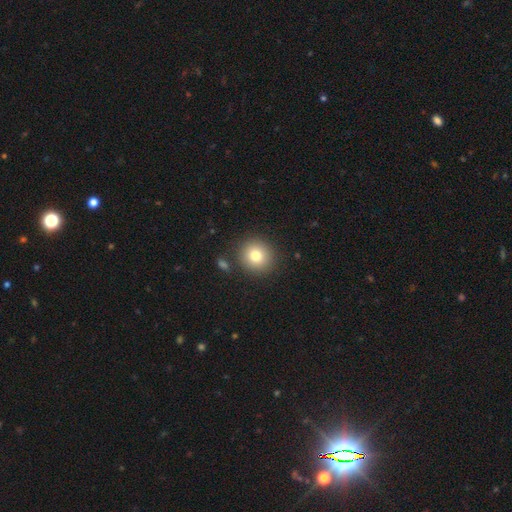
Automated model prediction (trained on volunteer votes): Smooth or featured? smooth (80%)
How rounded? round (90%)
Merging? none (86%)